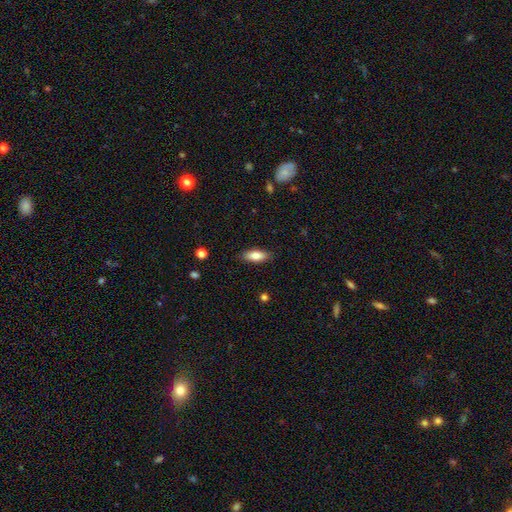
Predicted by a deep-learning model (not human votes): This is likely a smooth galaxy (78%). How rounded: likely in between (76%). Merging: clearly none (87%).